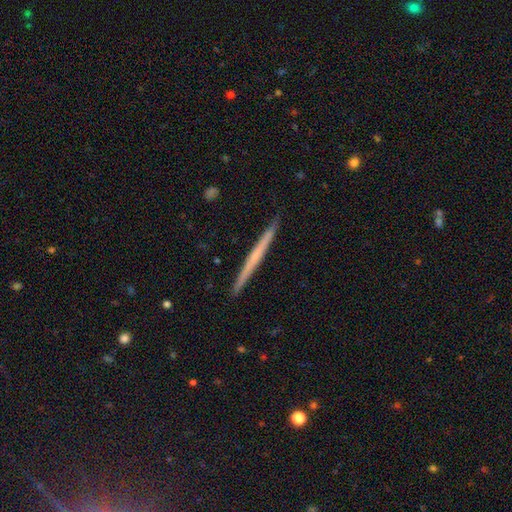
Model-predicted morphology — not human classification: smooth-or-featured: featured or disk: 53% | smooth: 41% | star or artifact: 5%
  disk-edge-on: yes: 98% | no: 2%
    edge-on-bulge: none: 84% | rounded: 12% | boxy: 4%
  merging: none: 92% | minor disturbance: 6% | major disturbance: 1% | merger: 1%